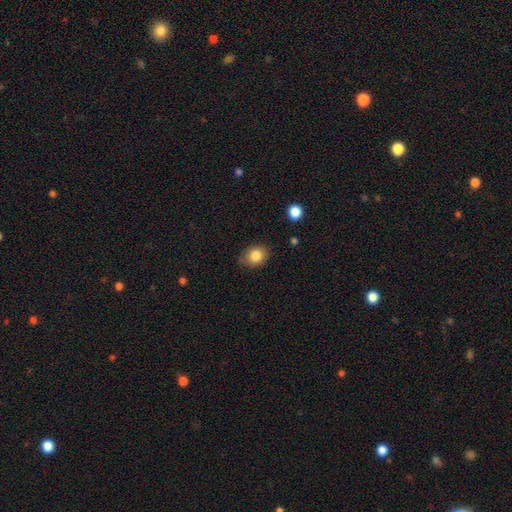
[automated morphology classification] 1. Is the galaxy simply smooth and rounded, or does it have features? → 83% smooth, 9% star or artifact, 8% featured or disk.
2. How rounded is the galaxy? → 54% in between, 45% round, 1% cigar-shaped.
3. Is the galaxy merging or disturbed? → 76% none, 19% minor disturbance, 4% major disturbance, 1% merger.